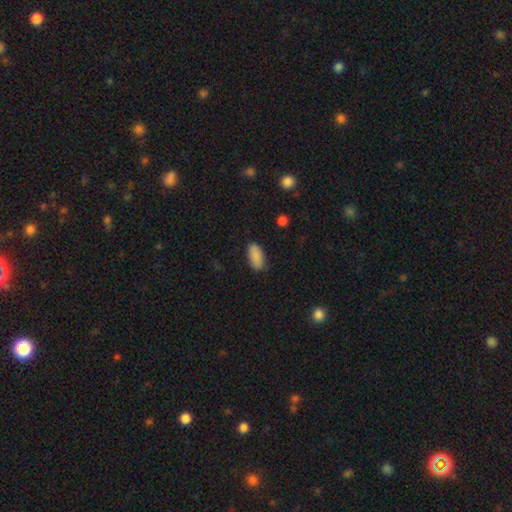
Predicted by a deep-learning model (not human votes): Smooth or featured? smooth (89%)
How rounded? in between (92%)
Merging? none (85%)